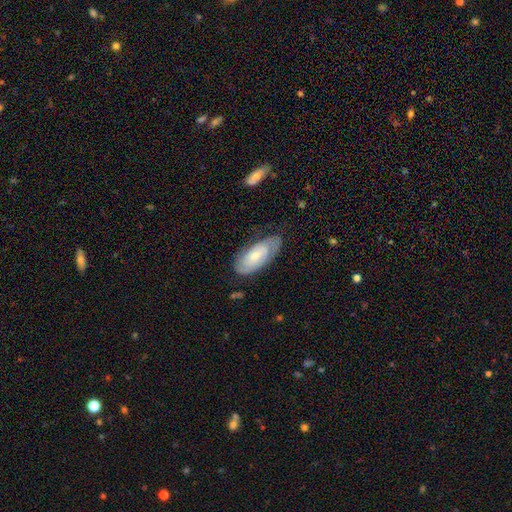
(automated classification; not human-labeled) featured or disk 54%, smooth 40%, star or artifact 6%. Down the decision tree: edge-on disk — no (89%); merging — none (67%).